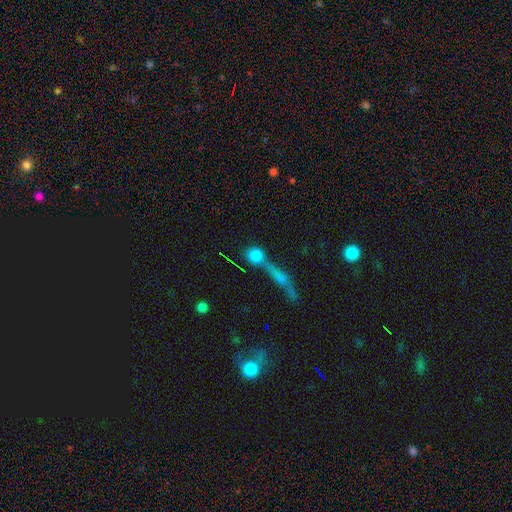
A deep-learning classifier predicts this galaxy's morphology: This appears to be a smooth galaxy with no disk features (68%) that is round (77%). Merging: none (49%).